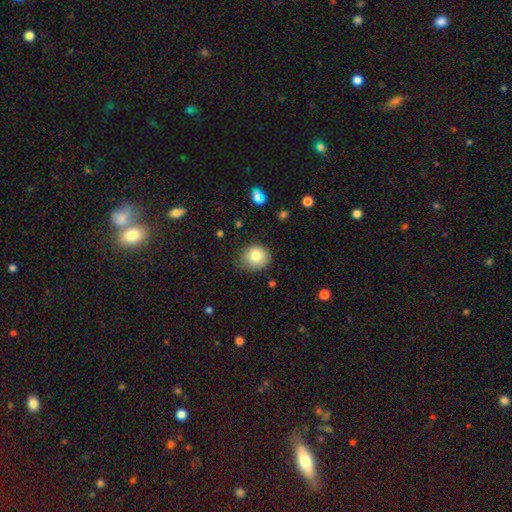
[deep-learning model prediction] smooth-or-featured: smooth: 81% | star or artifact: 11% | featured or disk: 9%
  how-rounded: round: 85% | in between: 14% | cigar-shaped: 1%
  merging: none: 72% | minor disturbance: 22% | major disturbance: 5% | merger: 2%